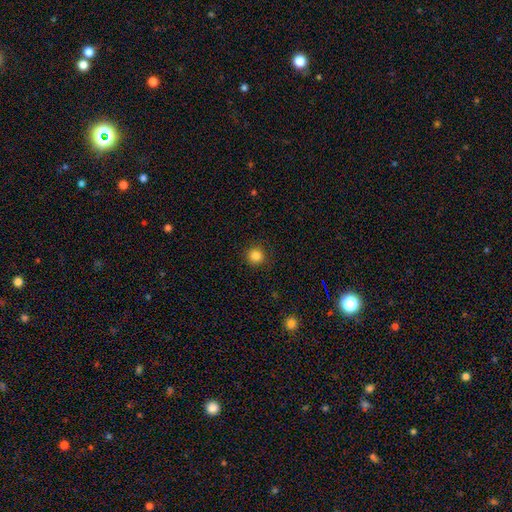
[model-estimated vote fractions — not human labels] This appears to be a smooth galaxy with no disk features (85%) that is round (95%). Merging: none (92%).